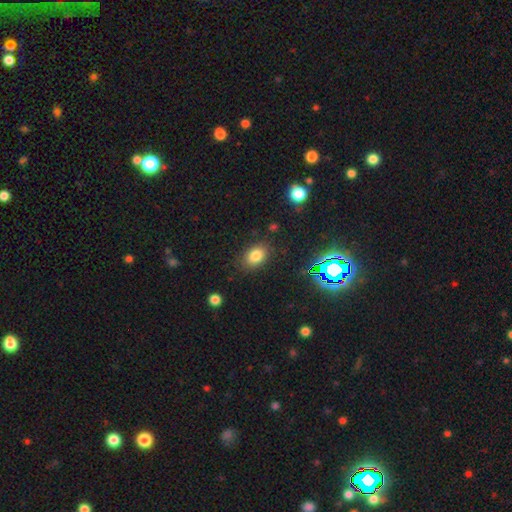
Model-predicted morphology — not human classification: Smooth or featured: smooth — 79% (star or artifact — 13%)
How rounded: in between — 76% (round — 23%)
Merging: none — 83% (minor disturbance — 12%)